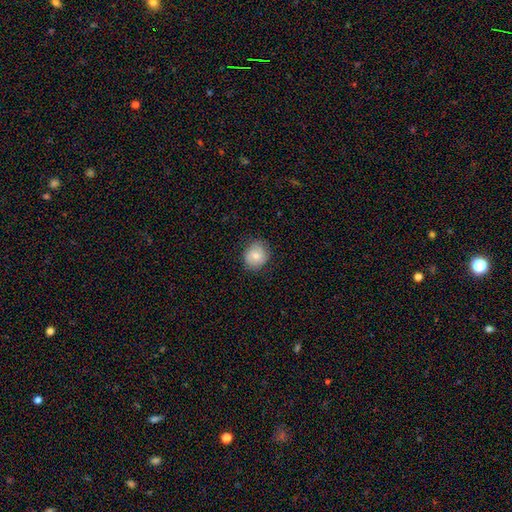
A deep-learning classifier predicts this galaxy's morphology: A smooth galaxy with no disk features (73%) that is round (77%). Merging: none (81%).